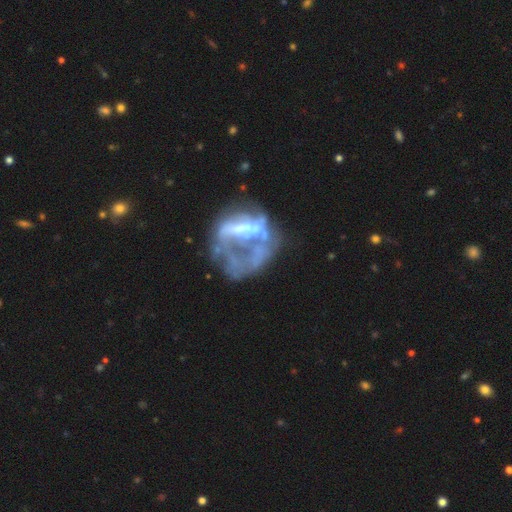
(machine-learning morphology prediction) Q: Smooth or featured?
A: featured or disk (68%); runner-up: smooth (19%)
Q: Edge-on disk?
A: no (97%); runner-up: yes (3%)
Q: Bar?
A: no (59%); runner-up: weak (21%)
Q: Spiral arms?
A: no (78%); runner-up: yes (22%)
Q: Bulge size?
A: none (48%); runner-up: small (24%)
Q: Merging?
A: major disturbance (43%); runner-up: none (28%)